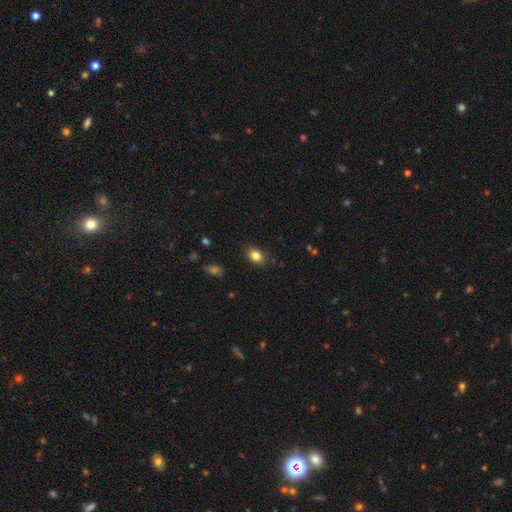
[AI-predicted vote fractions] Smooth or featured? smooth (83%)
How rounded? in between (76%)
Merging? none (85%)